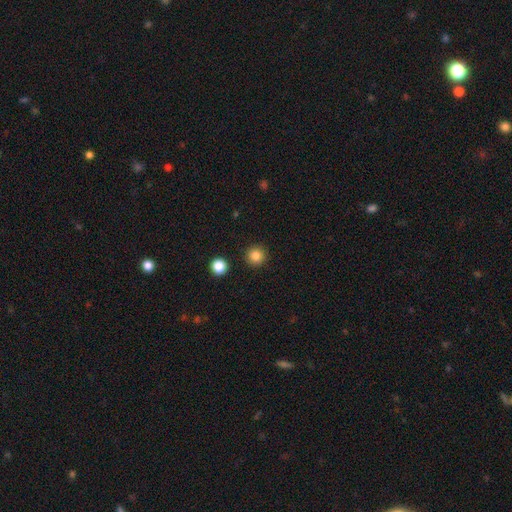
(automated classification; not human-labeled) Overall: smooth (84%). How rounded: round (95%). Merging: none (92%).